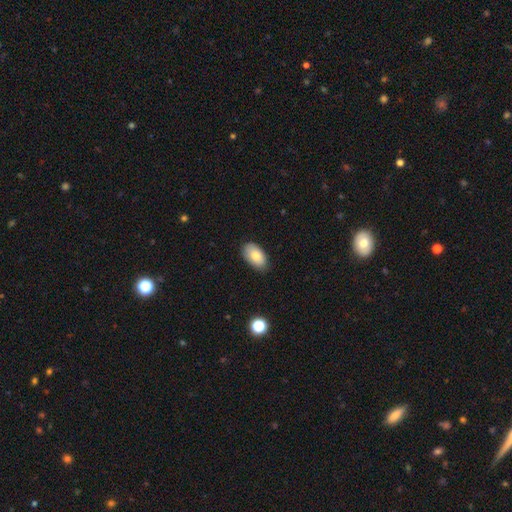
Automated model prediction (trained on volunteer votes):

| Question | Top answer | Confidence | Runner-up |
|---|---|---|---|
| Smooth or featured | smooth | 81% | featured or disk (12%) |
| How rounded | in between | 94% | round (5%) |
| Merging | none | 82% | minor disturbance (14%) |